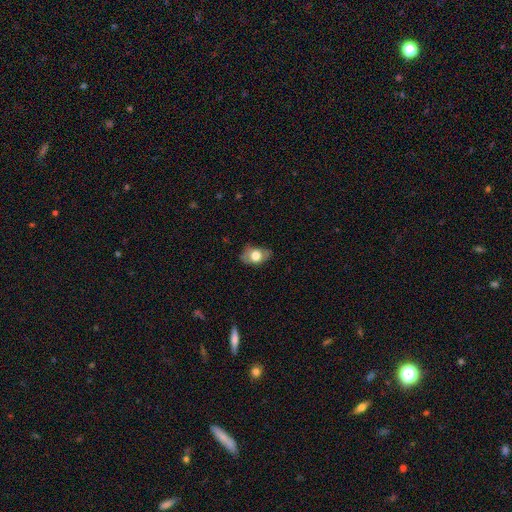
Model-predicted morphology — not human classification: type=smooth (67%); roundness=in between (81%); merging=none (69%).